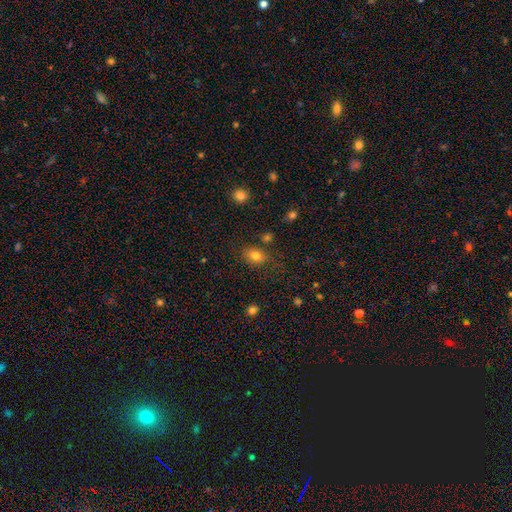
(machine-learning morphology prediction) Smooth or featured? Predicted: smooth (p=0.79). How rounded? Predicted: in between (p=0.65). Merging? Predicted: none (p=0.72).